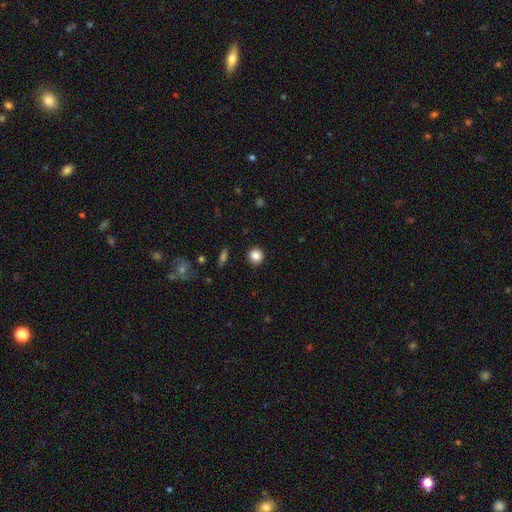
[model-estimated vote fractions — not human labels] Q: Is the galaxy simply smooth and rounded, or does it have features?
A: smooth — 85%.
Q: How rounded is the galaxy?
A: round — 92%.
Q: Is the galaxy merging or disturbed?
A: none — 91%.